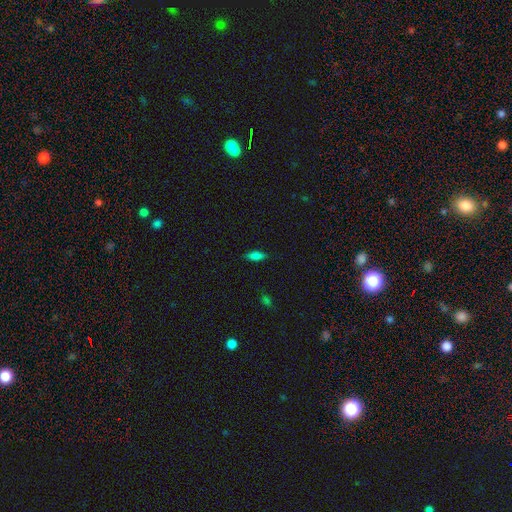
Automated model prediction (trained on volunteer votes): Smooth or featured? smooth (74%)
How rounded? in between (63%)
Merging? none (84%)